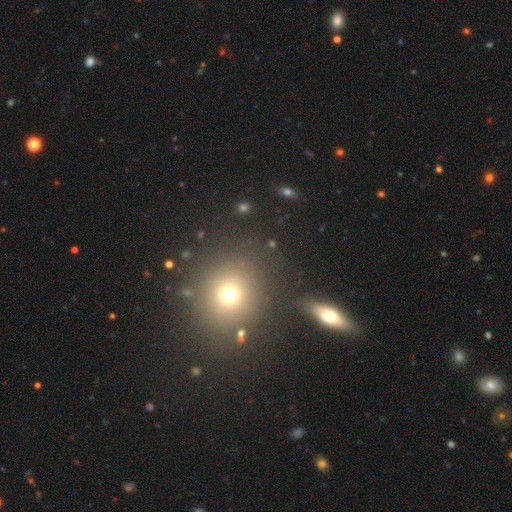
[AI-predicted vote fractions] Morphology: type=smooth (54%); roundness=round (79%); merging=none (83%).